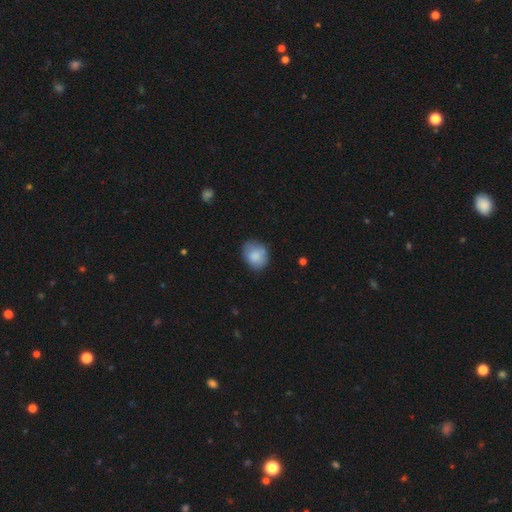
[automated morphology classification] smooth-or-featured: smooth: 83% | featured or disk: 10% | star or artifact: 7%
  how-rounded: round: 56% | in between: 43% | cigar-shaped: 1%
  merging: none: 70% | minor disturbance: 23% | major disturbance: 5% | merger: 2%